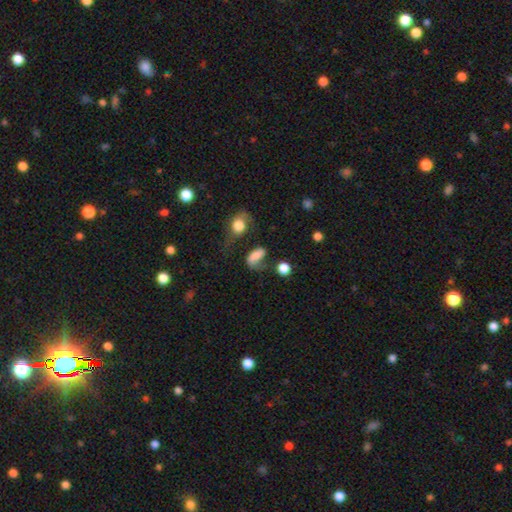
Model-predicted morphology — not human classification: Smooth or featured? Predicted: smooth (p=0.54). How rounded? Predicted: in between (p=0.77). Merging? Predicted: none (p=0.34).